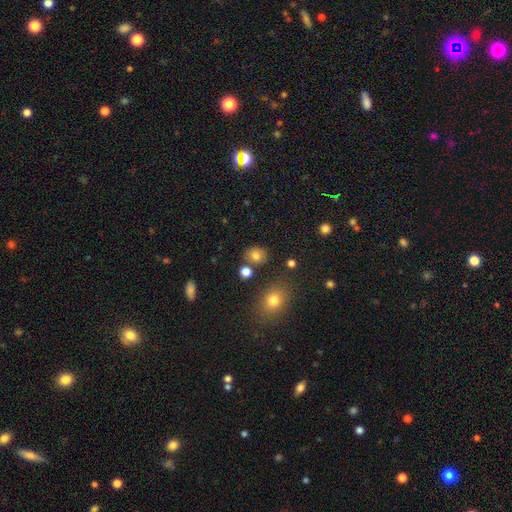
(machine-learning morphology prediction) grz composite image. It shows a smooth galaxy with no disk features (79%) that is round (73%). Merging: none (80%).